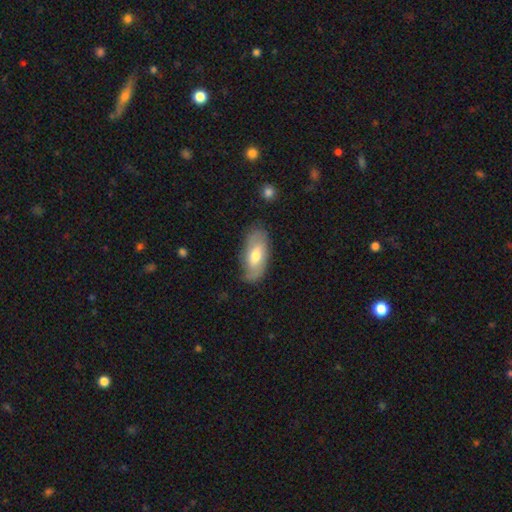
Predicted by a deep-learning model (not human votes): A smooth galaxy with no disk features (52%) that is in between round and cigar-shaped (89%).

Vote fractions:
- Smooth or featured? smooth: 52% / featured or disk: 42% / star or artifact: 6%
- How rounded? in between: 89% / cigar-shaped: 8% / round: 3%
- Merging? none: 72% / minor disturbance: 21% / major disturbance: 6% / merger: 2%